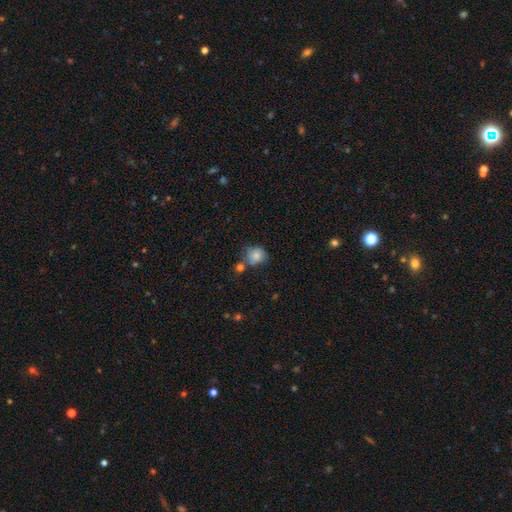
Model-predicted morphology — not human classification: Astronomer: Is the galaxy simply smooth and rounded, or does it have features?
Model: smooth — 81%.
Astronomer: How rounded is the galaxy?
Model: round — 77%.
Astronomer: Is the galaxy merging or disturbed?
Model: none — 55%.